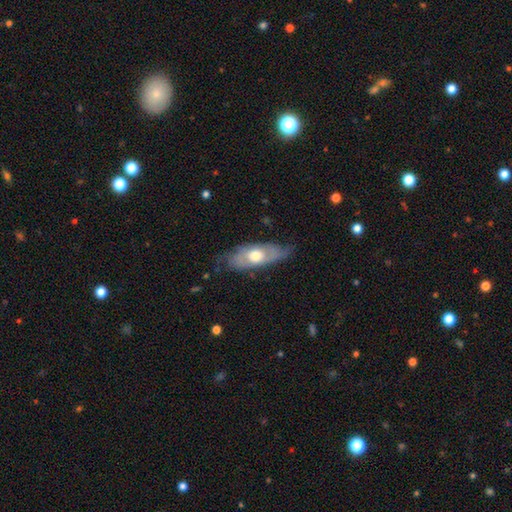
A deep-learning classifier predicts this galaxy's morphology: Q: Smooth or featured?
A: featured or disk (52%); runner-up: smooth (42%)
Q: Edge-on disk?
A: no (73%); runner-up: yes (27%)
Q: Merging?
A: none (64%); runner-up: minor disturbance (26%)